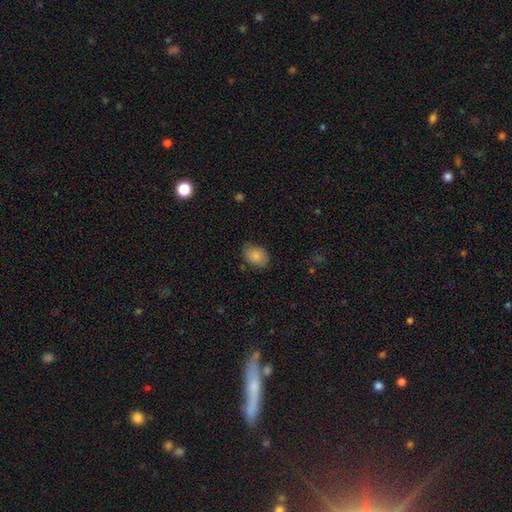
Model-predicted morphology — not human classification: Smooth or featured? smooth (85%)
How rounded? in between (75%)
Merging? none (75%)